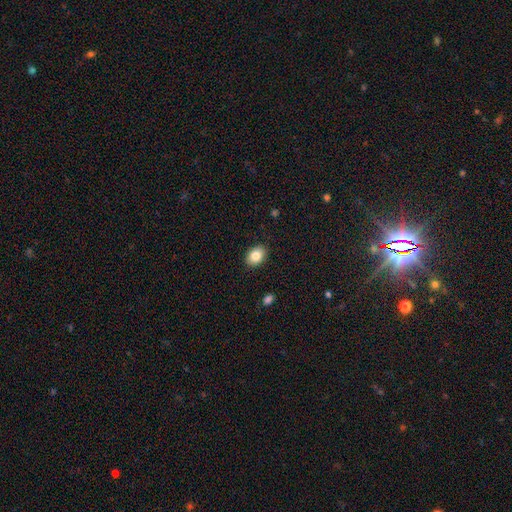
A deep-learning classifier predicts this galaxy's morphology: This is clearly a smooth galaxy (84%). How rounded: likely in between (74%). Merging: clearly none (89%).